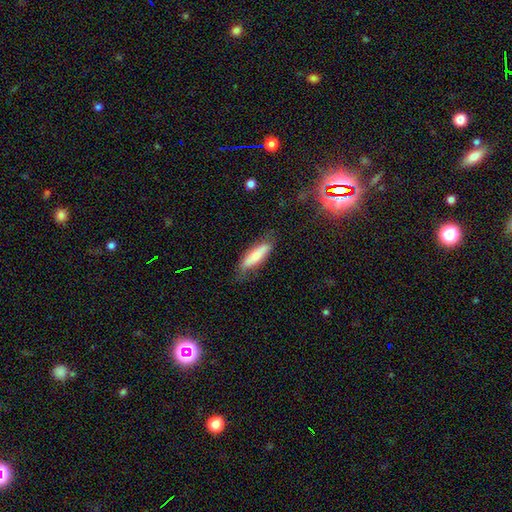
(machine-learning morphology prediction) Smooth or featured: smooth — 71% (featured or disk — 22%)
How rounded: cigar-shaped — 59% (in between — 39%)
Merging: none — 68% (minor disturbance — 23%)